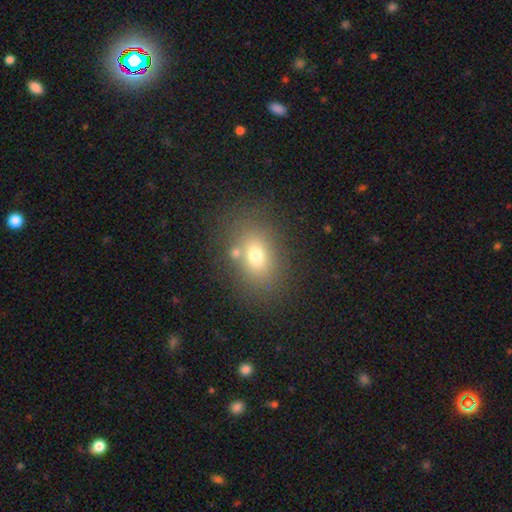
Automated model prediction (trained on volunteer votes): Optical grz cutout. It shows a smooth galaxy with no disk features (71%) that is in between round and cigar-shaped (69%). Merging: none (74%).